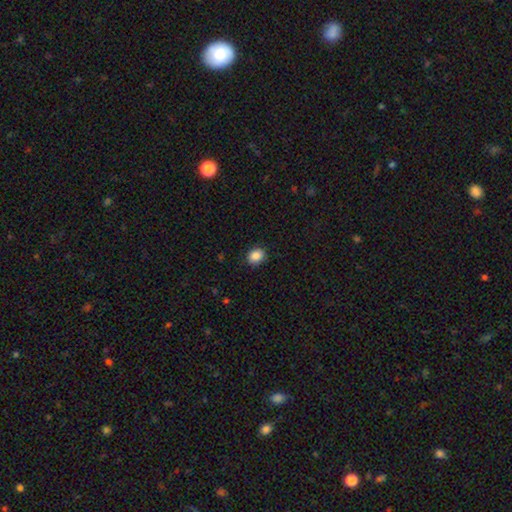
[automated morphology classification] smooth_or_featured: smooth (p=0.88) [alt: star or artifact p=0.09]
how_rounded: in between (p=0.51) [alt: round p=0.48]
merging: none (p=0.87) [alt: minor disturbance p=0.10]